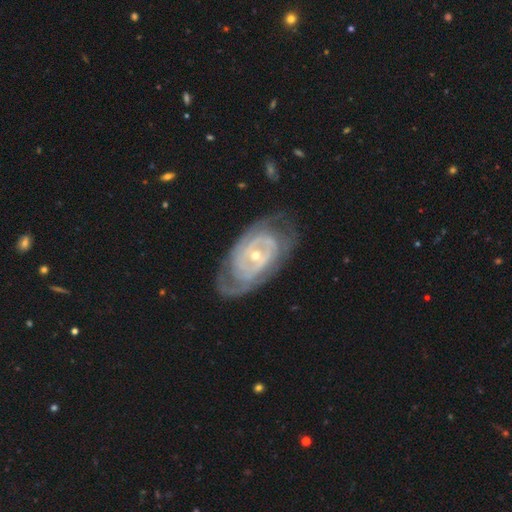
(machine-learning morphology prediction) smooth_or_featured: featured or disk (p=0.87) [alt: smooth p=0.08]
disk_edge_on: no (p=0.95) [alt: yes p=0.05]
bar: no (p=0.64) [alt: weak p=0.26]
has_spiral_arms: yes (p=0.92) [alt: no p=0.08]
spiral_winding: tight (p=0.72) [alt: medium p=0.22]
spiral_arm_count: 2 (p=0.36) [alt: can't tell p=0.34]
bulge_size: small (p=0.65) [alt: moderate p=0.33]
merging: none (p=0.68) [alt: minor disturbance p=0.20]